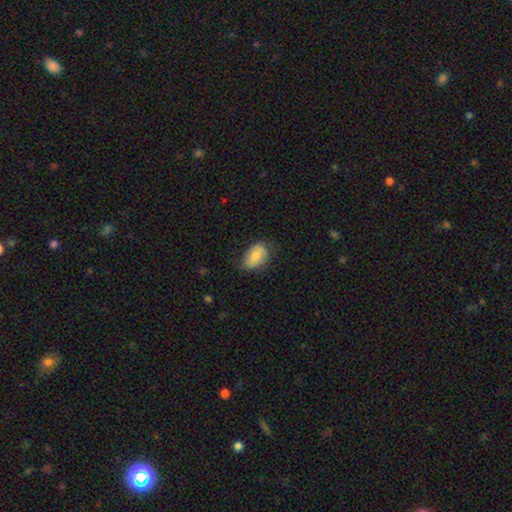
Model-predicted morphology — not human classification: This appears to be a smooth galaxy with no disk features (75%) that is in between round and cigar-shaped (87%). Merging: none (56%).